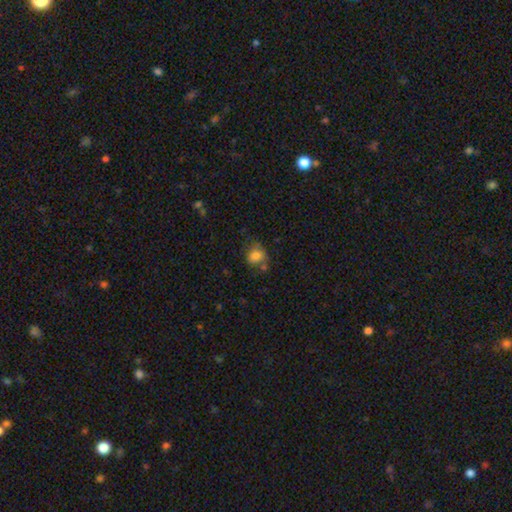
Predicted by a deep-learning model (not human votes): Morphology: type=smooth (78%); roundness=round (55%); merging=none (54%).